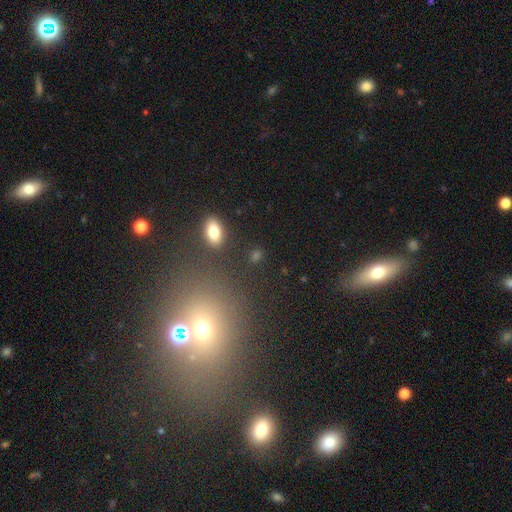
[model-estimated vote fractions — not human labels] A smooth galaxy with no disk features (67%) that is in between round and cigar-shaped (60%).

Vote fractions:
- Smooth or featured? smooth: 67% / star or artifact: 22% / featured or disk: 10%
- How rounded? in between: 60% / round: 35% / cigar-shaped: 5%
- Merging? none: 81% / minor disturbance: 10% / merger: 5% / major disturbance: 5%